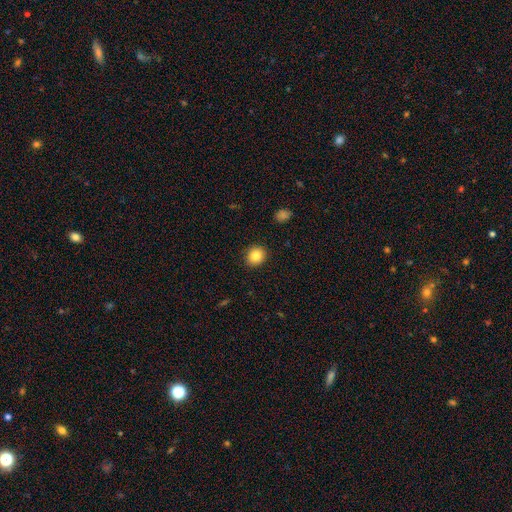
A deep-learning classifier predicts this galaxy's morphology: A smooth galaxy with no disk features (84%) that is round (80%). Merging: none (91%).